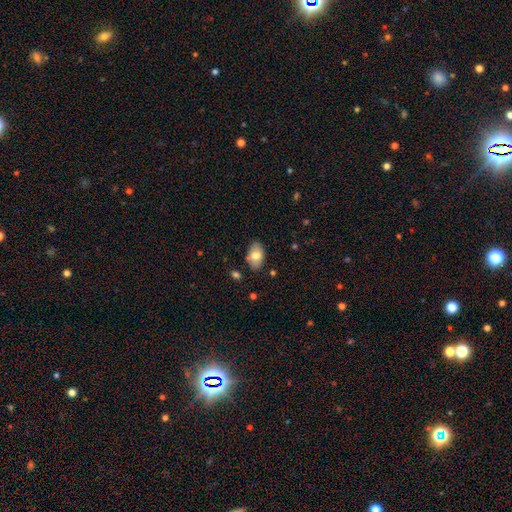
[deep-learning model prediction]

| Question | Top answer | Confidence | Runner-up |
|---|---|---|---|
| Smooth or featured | smooth | 74% | featured or disk (18%) |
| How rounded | in between | 91% | round (8%) |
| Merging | none | 81% | minor disturbance (15%) |